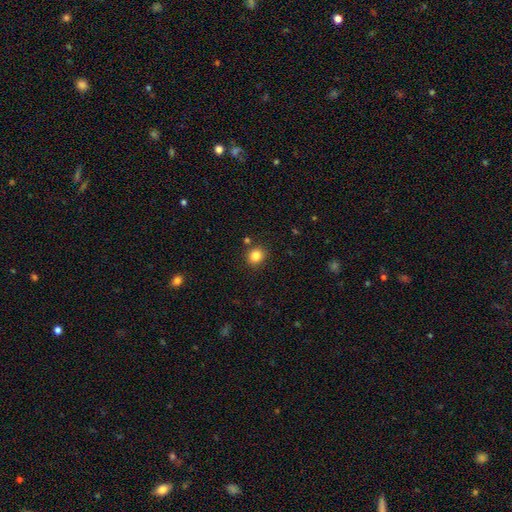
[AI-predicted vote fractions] Q: Smooth or featured?
A: smooth (83%); runner-up: star or artifact (12%)
Q: How rounded?
A: round (82%); runner-up: in between (17%)
Q: Merging?
A: none (86%); runner-up: minor disturbance (7%)